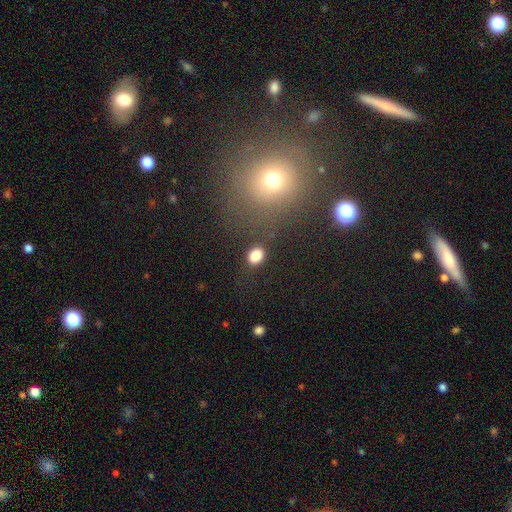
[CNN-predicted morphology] Smooth or featured: smooth — 84% (star or artifact — 10%)
How rounded: in between — 59% (round — 40%)
Merging: none — 83% (minor disturbance — 10%)